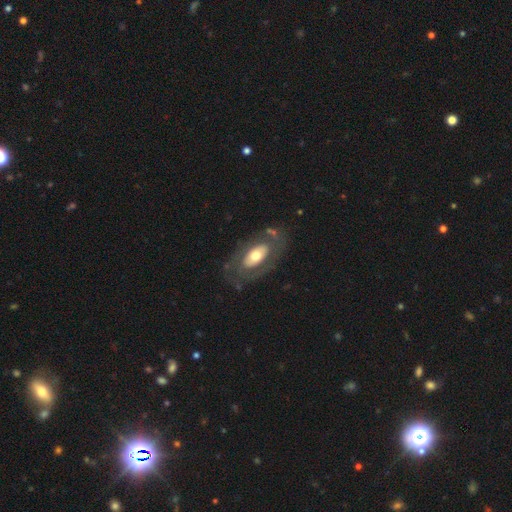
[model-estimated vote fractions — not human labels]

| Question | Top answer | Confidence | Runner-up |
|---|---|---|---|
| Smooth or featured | featured or disk | 56% | smooth (39%) |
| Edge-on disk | no | 88% | yes (12%) |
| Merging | none | 70% | minor disturbance (16%) |